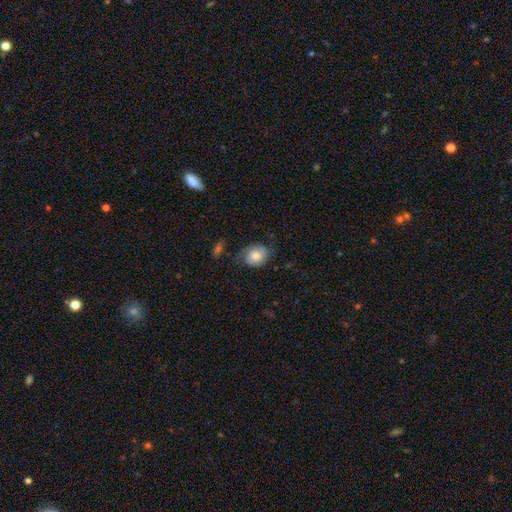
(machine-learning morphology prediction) A smooth galaxy with no disk features (62%) that is round (52%).

Vote fractions:
- Smooth or featured? smooth: 62% / featured or disk: 30% / star or artifact: 8%
- How rounded? round: 52% / in between: 47% / cigar-shaped: 1%
- Merging? none: 62% / minor disturbance: 26% / major disturbance: 10% / merger: 2%